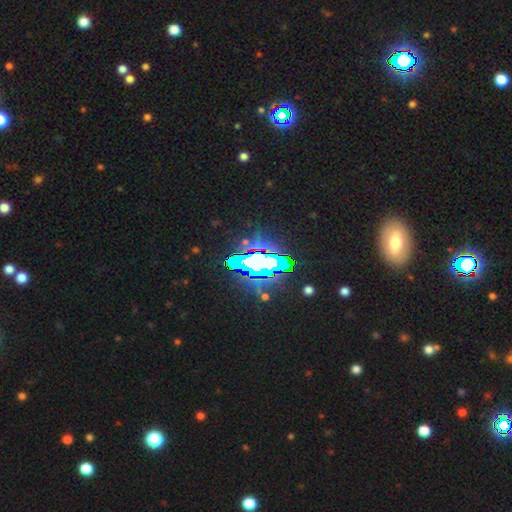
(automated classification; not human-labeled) star or artifact 59%, featured or disk 21%, smooth 20%.